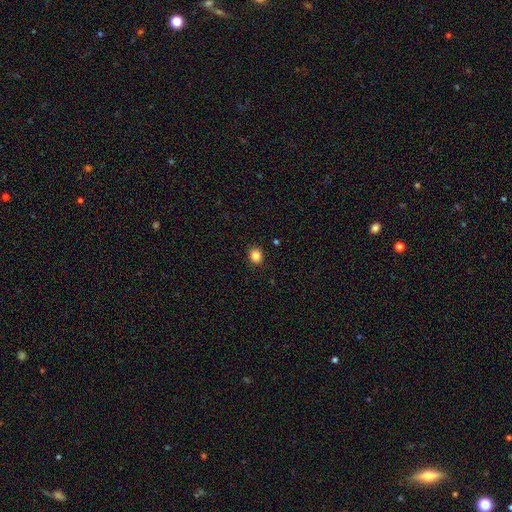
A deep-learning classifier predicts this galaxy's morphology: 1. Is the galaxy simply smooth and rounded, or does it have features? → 86% smooth, 11% star or artifact, 4% featured or disk.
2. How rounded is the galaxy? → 69% round, 30% in between, 1% cigar-shaped.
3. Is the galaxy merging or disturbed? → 90% none, 7% minor disturbance, 2% major disturbance, 1% merger.